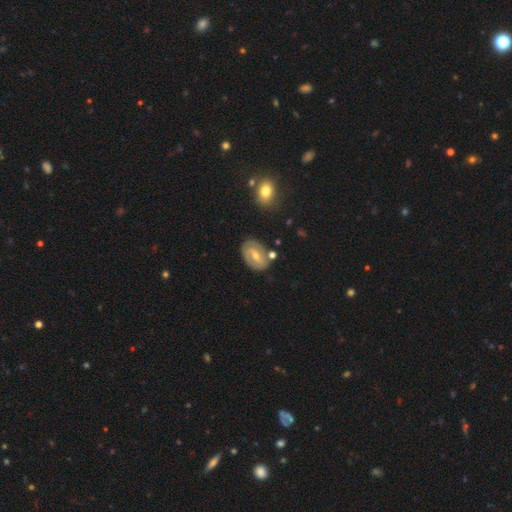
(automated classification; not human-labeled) smooth_or_featured: featured or disk (p=0.64) [alt: smooth p=0.30]
disk_edge_on: no (p=0.95) [alt: yes p=0.05]
bar: weak (p=0.49) [alt: no p=0.28]
has_spiral_arms: yes (p=0.72) [alt: no p=0.28]
bulge_size: small (p=0.48) [tied with: moderate p=0.48]
merging: none (p=0.71) [alt: minor disturbance p=0.18]